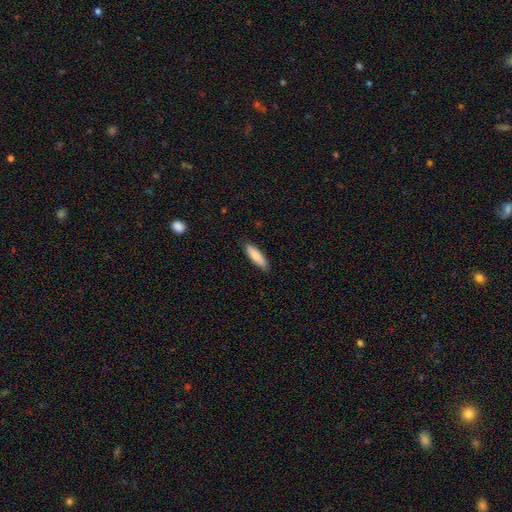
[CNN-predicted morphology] Q: Smooth or featured?
A: smooth (82%); runner-up: featured or disk (12%)
Q: How rounded?
A: cigar-shaped (62%); runner-up: in between (36%)
Q: Merging?
A: none (87%); runner-up: minor disturbance (10%)